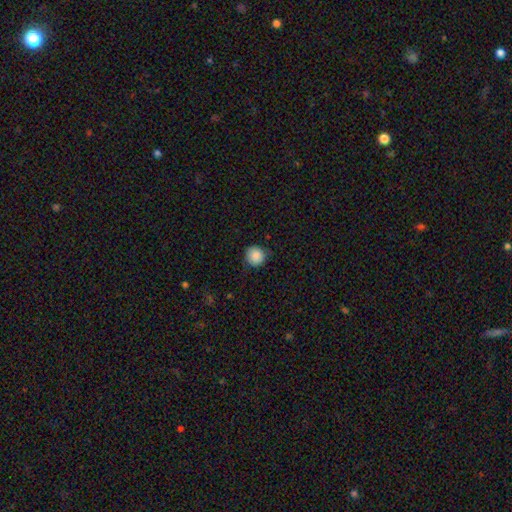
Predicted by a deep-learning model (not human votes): A smooth galaxy with no disk features (88%) that is round (93%). Merging: none (83%).